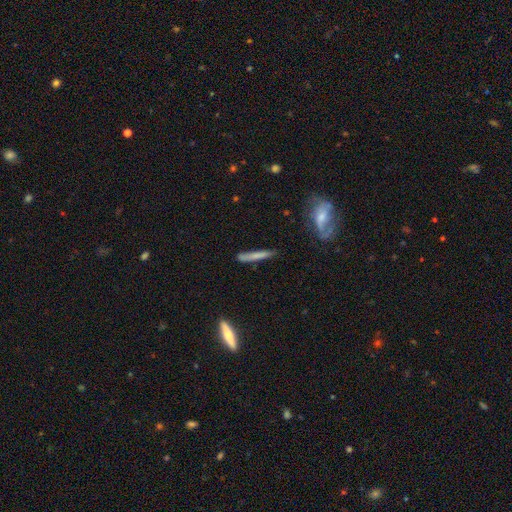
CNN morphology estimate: smooth_or_featured: smooth (p=0.66) [alt: featured or disk p=0.27]
how_rounded: cigar-shaped (p=0.94) [alt: in between p=0.04]
merging: none (p=0.81) [alt: minor disturbance p=0.14]